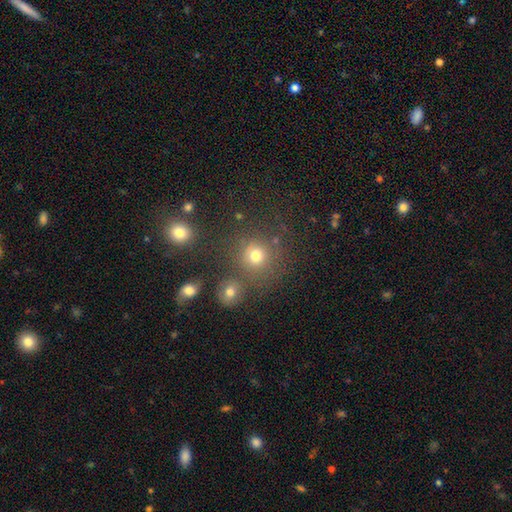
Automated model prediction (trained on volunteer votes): Overall: smooth (74%). How rounded: round (89%). Merging: none (70%).